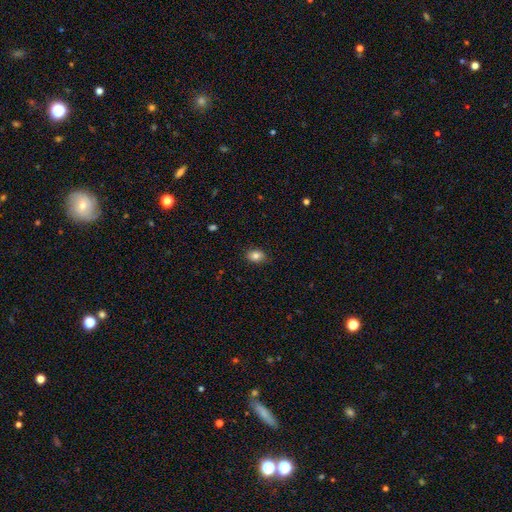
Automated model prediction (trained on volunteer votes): Q: Smooth or featured?
A: smooth (82%); runner-up: star or artifact (10%)
Q: How rounded?
A: in between (67%); runner-up: round (32%)
Q: Merging?
A: none (83%); runner-up: minor disturbance (14%)